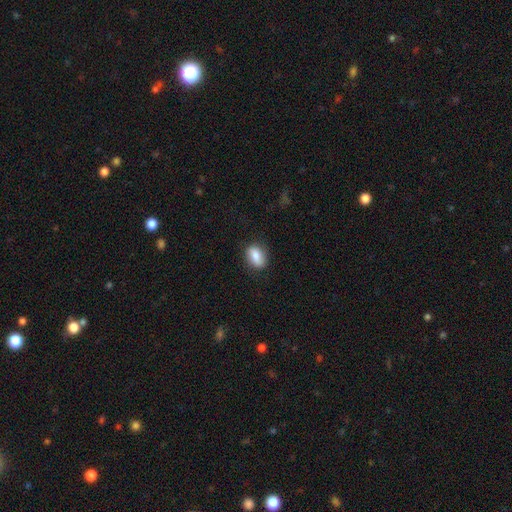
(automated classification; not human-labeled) Smooth or featured?
  - smooth: 81% *
  - featured or disk: 12%
  - star or artifact: 7%
How rounded?
  - in between: 78% *
  - round: 19%
  - cigar-shaped: 2%
Merging?
  - none: 81% *
  - minor disturbance: 14%
  - major disturbance: 3%
  - merger: 1%